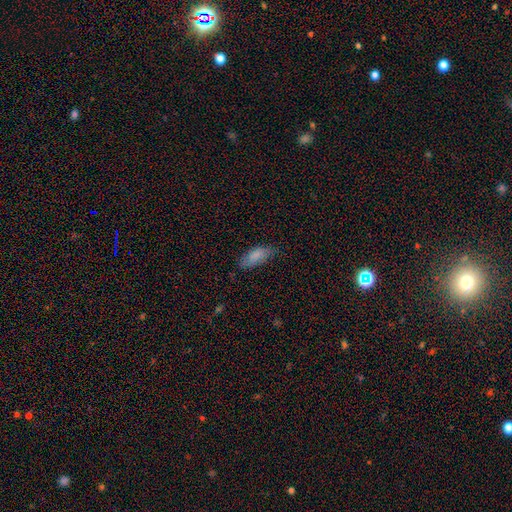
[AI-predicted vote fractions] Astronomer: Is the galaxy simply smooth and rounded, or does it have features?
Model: smooth — 81%.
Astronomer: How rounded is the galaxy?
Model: in between — 83%.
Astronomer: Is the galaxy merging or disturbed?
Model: none — 69%.